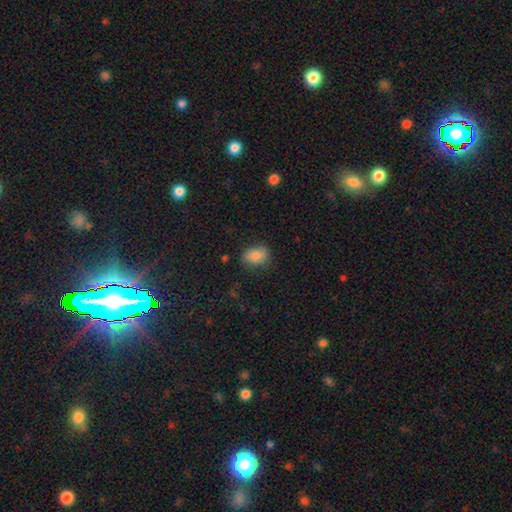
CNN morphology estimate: Smooth or featured? smooth (82%)
How rounded? in between (71%)
Merging? none (73%)